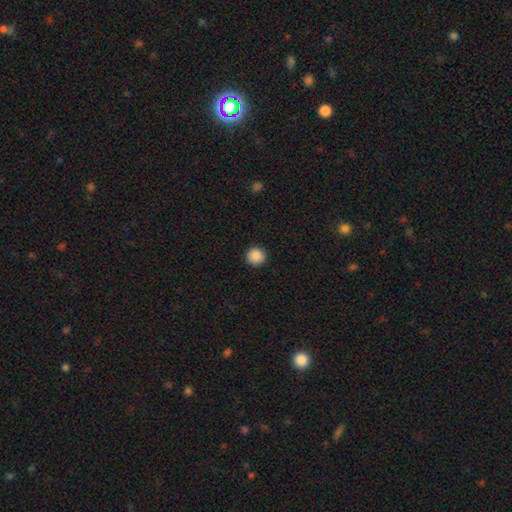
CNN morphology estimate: This appears to be a smooth galaxy with no disk features (88%) that is round (95%). Merging: none (93%).